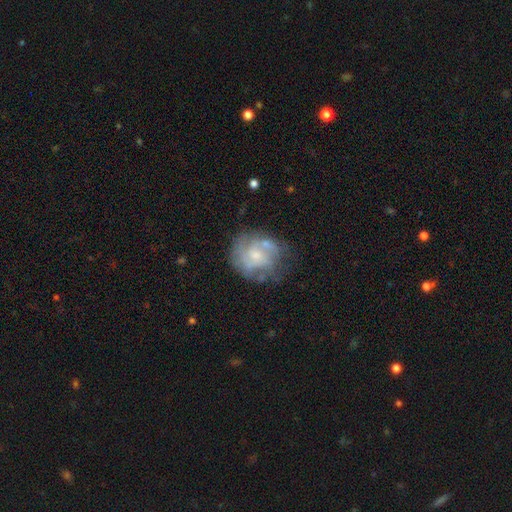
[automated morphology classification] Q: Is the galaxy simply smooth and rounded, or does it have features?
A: featured or disk — 64%.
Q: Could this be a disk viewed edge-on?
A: no — 98%.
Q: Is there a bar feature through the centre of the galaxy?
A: no — 73%.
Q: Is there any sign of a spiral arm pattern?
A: yes — 63%.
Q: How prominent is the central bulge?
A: small — 44%.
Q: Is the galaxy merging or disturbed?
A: none — 54%.